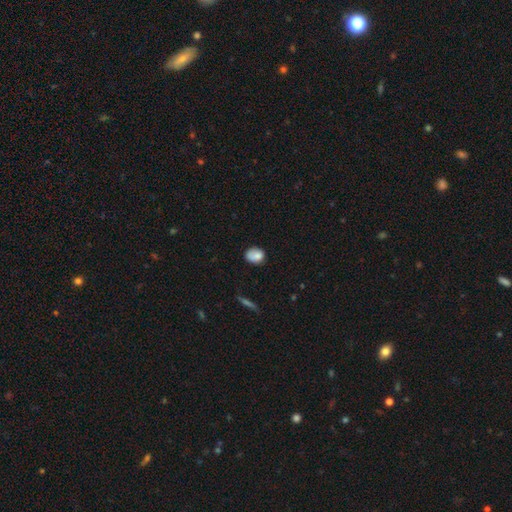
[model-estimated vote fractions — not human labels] Smooth or featured? smooth (79%)
How rounded? in between (52%)
Merging? none (62%)